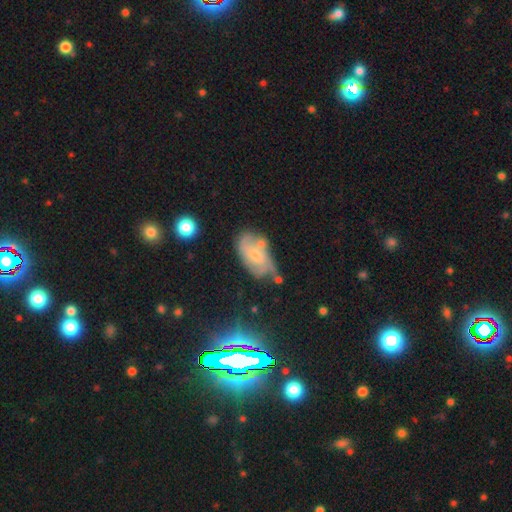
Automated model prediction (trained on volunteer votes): Q: Smooth or featured?
A: featured or disk (53%); runner-up: smooth (38%)
Q: Edge-on disk?
A: no (94%); runner-up: yes (6%)
Q: Merging?
A: none (36%); runner-up: minor disturbance (30%)